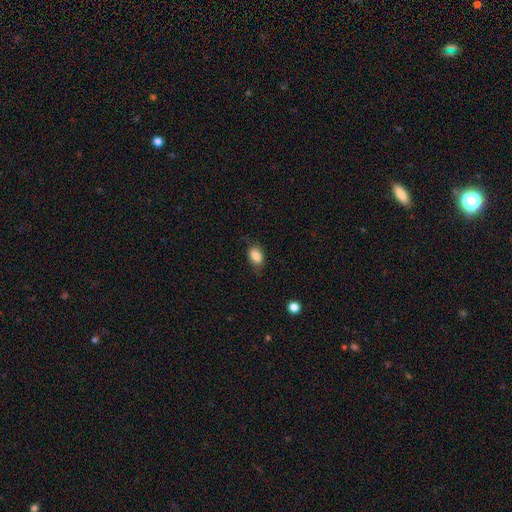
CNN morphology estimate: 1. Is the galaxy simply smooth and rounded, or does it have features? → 84% smooth, 8% star or artifact, 7% featured or disk.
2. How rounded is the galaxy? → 81% in between, 18% round, 2% cigar-shaped.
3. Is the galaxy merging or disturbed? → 72% none, 22% minor disturbance, 5% major disturbance, 1% merger.